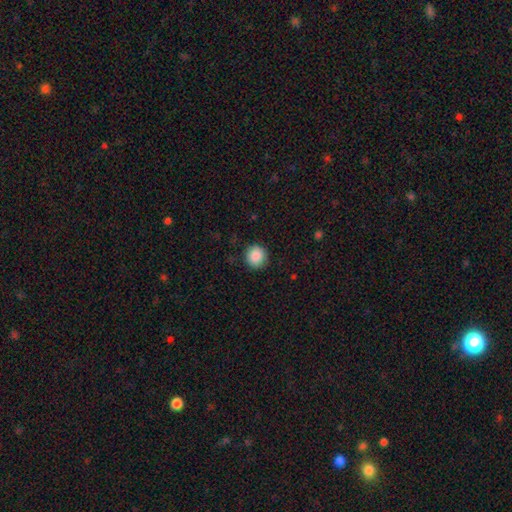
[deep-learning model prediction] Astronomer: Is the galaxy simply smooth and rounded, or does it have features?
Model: smooth — 89%.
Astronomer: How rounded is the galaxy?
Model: round — 92%.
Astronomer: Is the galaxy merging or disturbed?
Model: none — 89%.